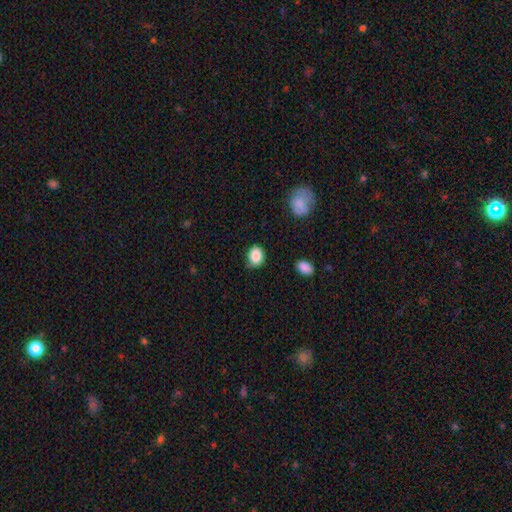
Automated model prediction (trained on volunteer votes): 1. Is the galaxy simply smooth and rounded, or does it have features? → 87% smooth, 8% star or artifact, 5% featured or disk.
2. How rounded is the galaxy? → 56% round, 43% in between, 1% cigar-shaped.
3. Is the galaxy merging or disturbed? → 71% none, 22% minor disturbance, 4% major disturbance, 2% merger.